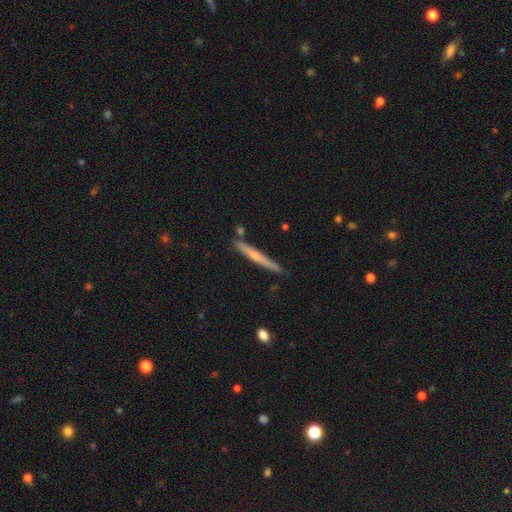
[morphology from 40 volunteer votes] Volunteers were most divided on "edge-on bulge": none: 52%, rounded: 48%, boxy: 0%. More confident: edge-on disk — yes (100%); merging — none (74%); smooth or featured — featured or disk (52%).